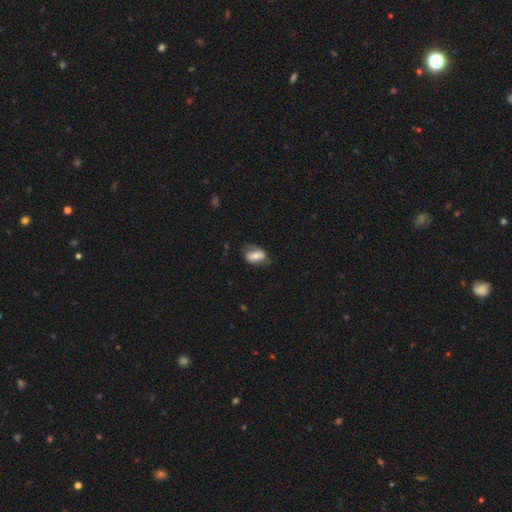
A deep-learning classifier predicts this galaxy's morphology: Smooth or featured: smooth — 64% (featured or disk — 28%)
How rounded: in between — 84% (round — 13%)
Merging: none — 66% (minor disturbance — 24%)